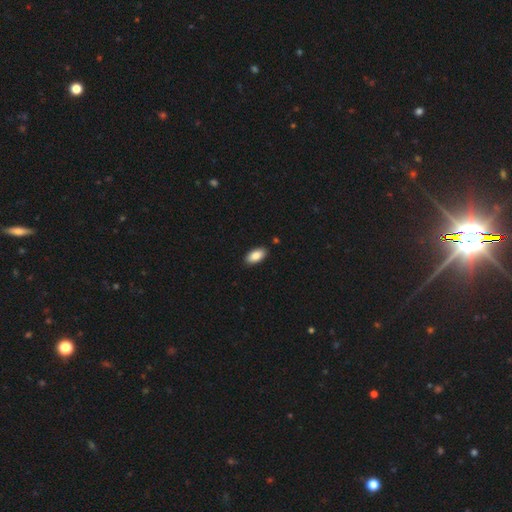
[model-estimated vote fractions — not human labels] Smooth or featured: smooth — 87% (star or artifact — 7%)
How rounded: in between — 94% (cigar-shaped — 3%)
Merging: none — 89% (minor disturbance — 8%)